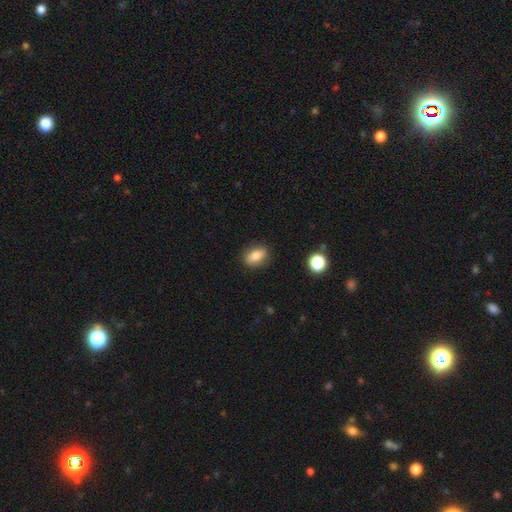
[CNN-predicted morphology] smooth 79%, featured or disk 12%, star or artifact 9%. Down the decision tree: how rounded — in between (80%); merging — none (86%).